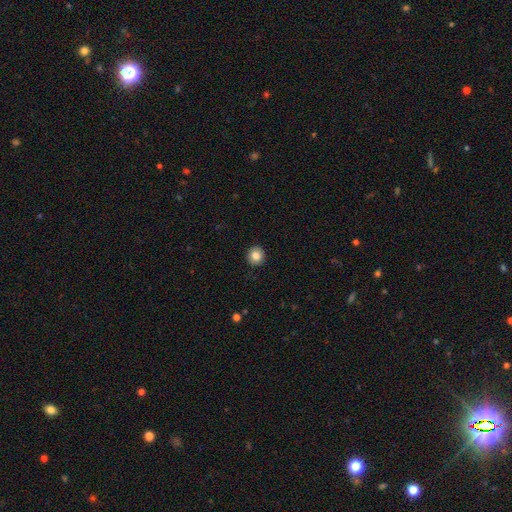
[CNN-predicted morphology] Smooth or featured: smooth — 84% (star or artifact — 9%)
How rounded: round — 94% (in between — 5%)
Merging: none — 93% (minor disturbance — 5%)